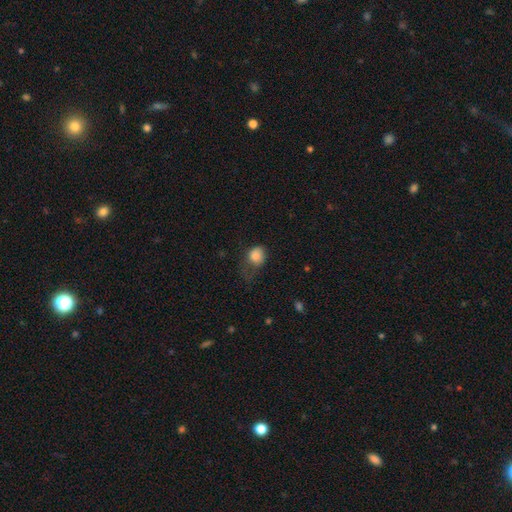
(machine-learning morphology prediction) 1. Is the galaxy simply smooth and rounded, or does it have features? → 83% smooth, 9% star or artifact, 8% featured or disk.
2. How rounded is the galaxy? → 60% round, 39% in between, 1% cigar-shaped.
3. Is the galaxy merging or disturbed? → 35% major disturbance, 33% minor disturbance, 30% none, 2% merger.